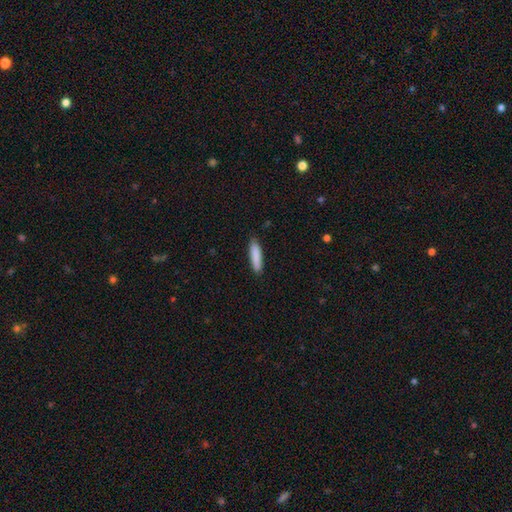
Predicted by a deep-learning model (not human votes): Q: Smooth or featured?
A: smooth (87%); runner-up: featured or disk (7%)
Q: How rounded?
A: cigar-shaped (78%); runner-up: in between (20%)
Q: Merging?
A: none (85%); runner-up: minor disturbance (12%)